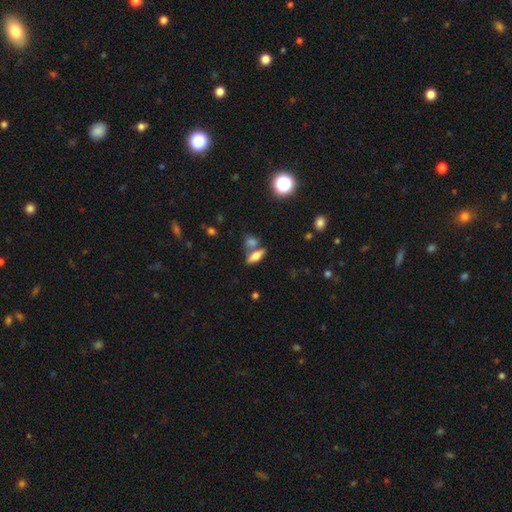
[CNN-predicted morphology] A smooth galaxy with no disk features (60%) that is in between round and cigar-shaped (63%). Merging: none (60%).